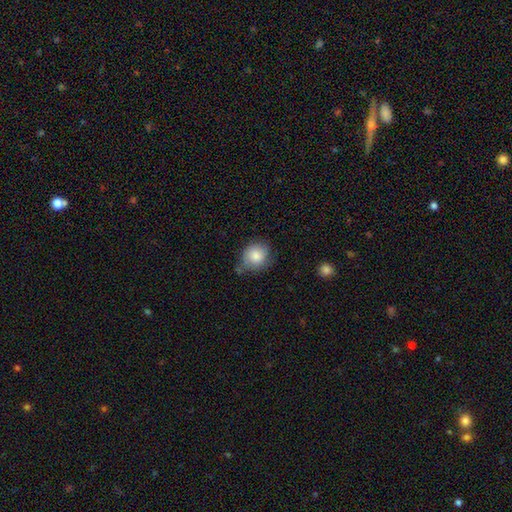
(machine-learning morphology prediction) Smooth or featured? smooth (82%)
How rounded? round (67%)
Merging? none (49%)